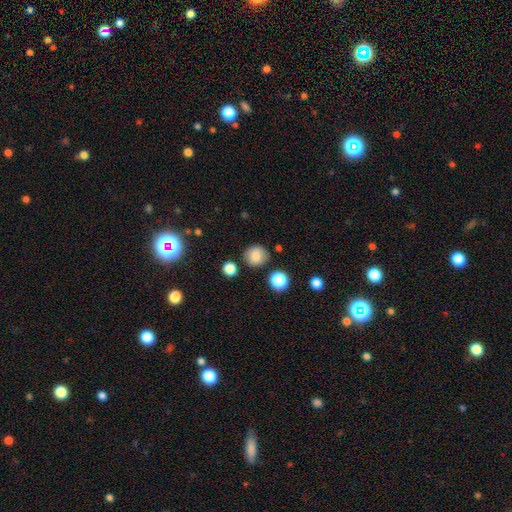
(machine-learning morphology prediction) smooth-or-featured: smooth: 81% | star or artifact: 12% | featured or disk: 7%
  how-rounded: round: 87% | in between: 12% | cigar-shaped: 1%
  merging: none: 83% | minor disturbance: 10% | merger: 4% | major disturbance: 3%